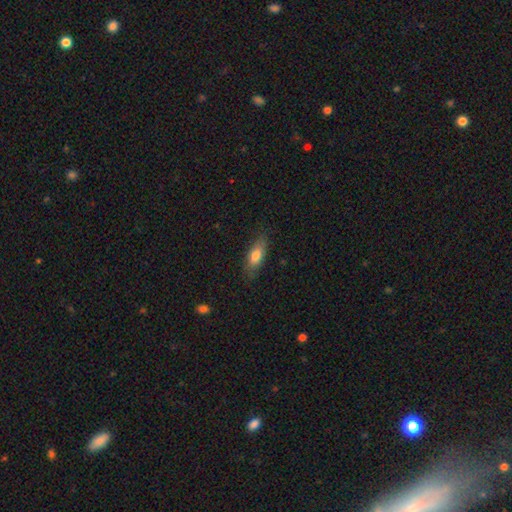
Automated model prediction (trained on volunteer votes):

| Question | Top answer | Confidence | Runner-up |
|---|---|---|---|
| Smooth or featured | smooth | 75% | featured or disk (18%) |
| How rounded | in between | 67% | cigar-shaped (30%) |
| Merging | none | 79% | minor disturbance (16%) |